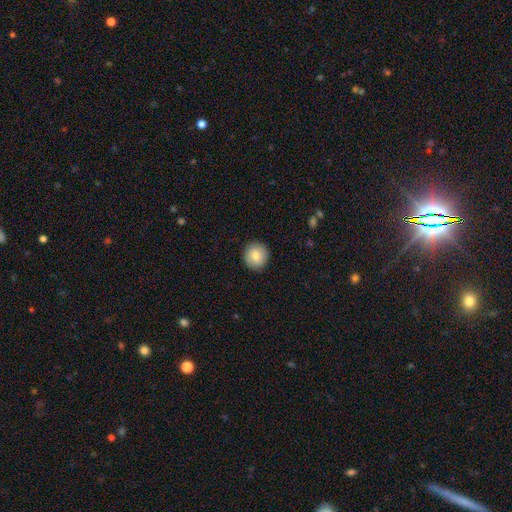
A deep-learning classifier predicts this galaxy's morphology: smooth-or-featured: smooth: 80% | featured or disk: 12% | star or artifact: 8%
  how-rounded: round: 93% | in between: 6% | cigar-shaped: 1%
  merging: none: 91% | minor disturbance: 7% | major disturbance: 2% | merger: 1%